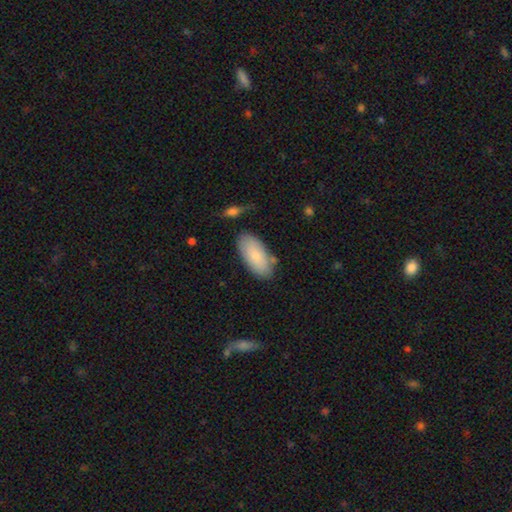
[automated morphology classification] smooth-or-featured: smooth: 80% | featured or disk: 14% | star or artifact: 6%
  how-rounded: in between: 92% | cigar-shaped: 5% | round: 2%
  merging: none: 75% | minor disturbance: 16% | merger: 5% | major disturbance: 4%